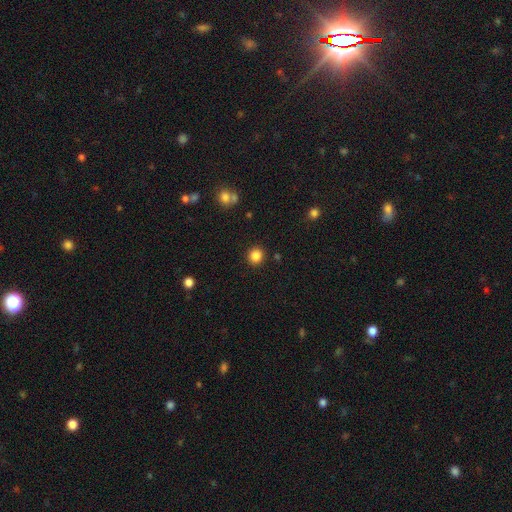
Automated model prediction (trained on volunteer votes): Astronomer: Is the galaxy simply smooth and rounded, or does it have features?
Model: smooth — 85%.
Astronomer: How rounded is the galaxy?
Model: round — 90%.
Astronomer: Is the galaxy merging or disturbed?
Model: none — 91%.